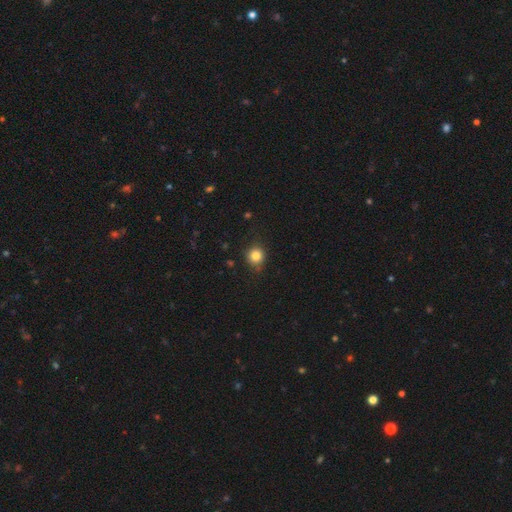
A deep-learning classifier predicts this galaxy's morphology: This appears to be a smooth galaxy with no disk features (83%) that is round (88%). Merging: none (81%).